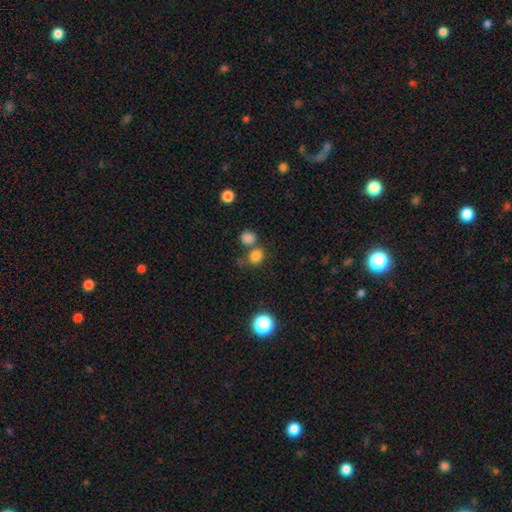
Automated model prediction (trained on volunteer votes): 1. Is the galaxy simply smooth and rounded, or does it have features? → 80% smooth, 14% star or artifact, 6% featured or disk.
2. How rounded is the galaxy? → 74% round, 26% in between, 1% cigar-shaped.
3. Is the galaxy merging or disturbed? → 59% none, 26% merger, 11% minor disturbance, 5% major disturbance.